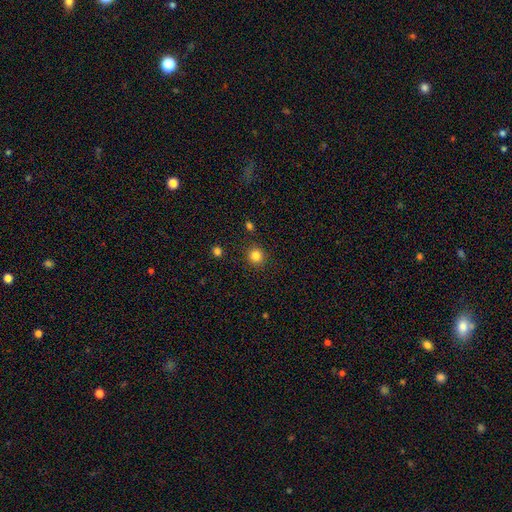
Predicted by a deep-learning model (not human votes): Q: Smooth or featured?
A: smooth (83%); runner-up: star or artifact (12%)
Q: How rounded?
A: round (92%); runner-up: in between (7%)
Q: Merging?
A: none (90%); runner-up: minor disturbance (6%)